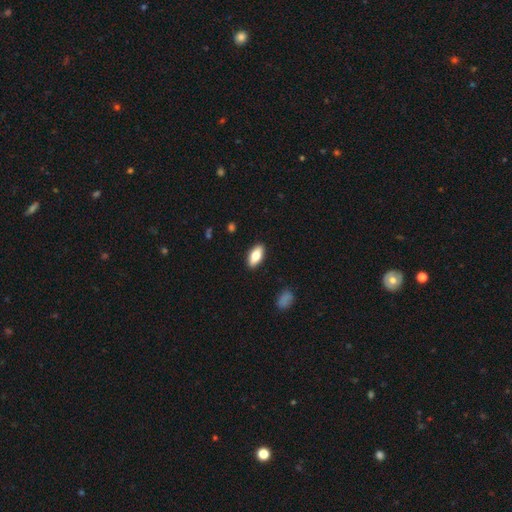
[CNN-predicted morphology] type=smooth (75%); roundness=in between (85%); merging=none (89%).